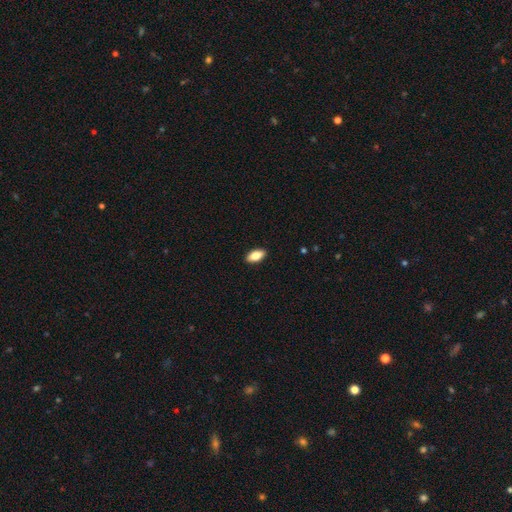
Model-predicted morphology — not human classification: Smooth or featured? Predicted: smooth (p=0.81). How rounded? Predicted: in between (p=0.89). Merging? Predicted: none (p=0.90).